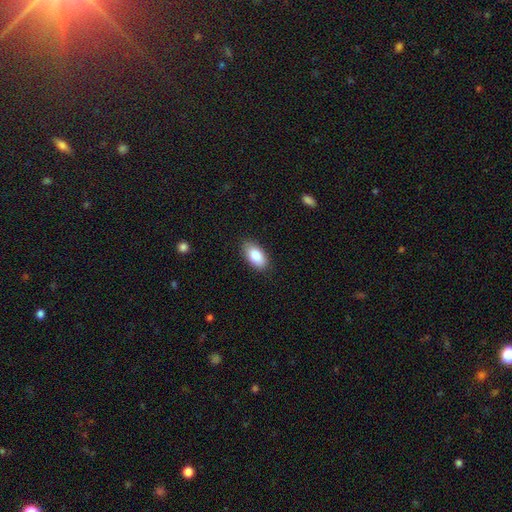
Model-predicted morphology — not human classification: smooth 85%, featured or disk 8%, star or artifact 7%. Down the decision tree: how rounded — in between (94%); merging — none (87%).